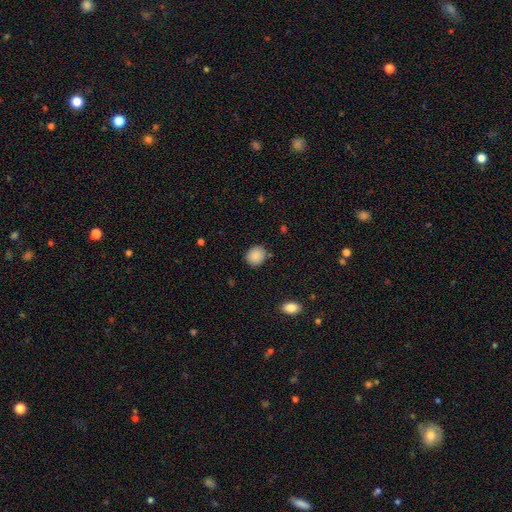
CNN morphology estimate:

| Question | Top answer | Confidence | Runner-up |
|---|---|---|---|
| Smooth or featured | smooth | 88% | star or artifact (8%) |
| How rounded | round | 65% | in between (34%) |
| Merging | none | 84% | minor disturbance (11%) |